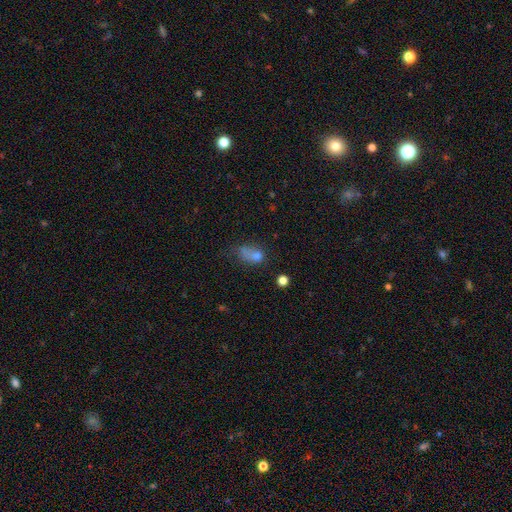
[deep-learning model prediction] The model was most divided on "merging": major disturbance: 31%, none: 29%, minor disturbance: 25%, merger: 15%. More confident: smooth or featured — smooth (66%); how rounded — in between (62%).